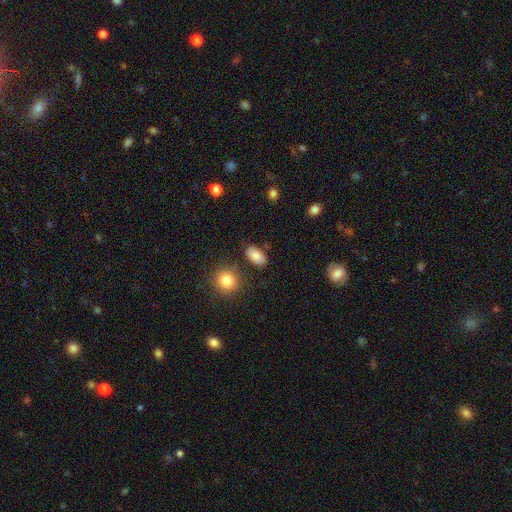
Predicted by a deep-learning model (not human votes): This appears to be a smooth galaxy with no disk features (84%) that is in between round and cigar-shaped (92%). Merging: none (82%).